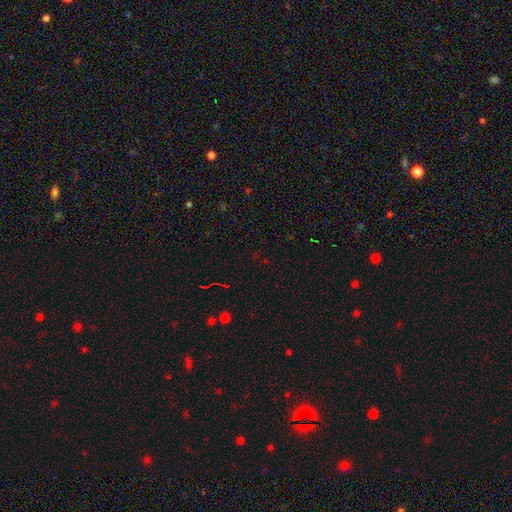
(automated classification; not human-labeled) A star or artifact, not a galaxy (70%).

Vote fractions:
- Smooth or featured? star or artifact: 70% / smooth: 22% / featured or disk: 8%